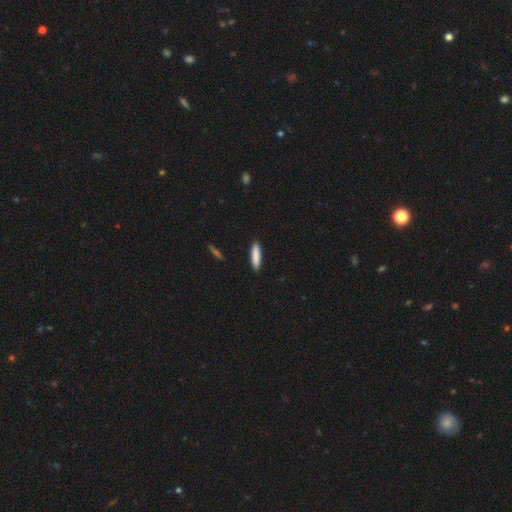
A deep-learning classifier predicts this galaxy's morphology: Smooth or featured? Predicted: smooth (p=0.86). How rounded? Predicted: cigar-shaped (p=0.75). Merging? Predicted: none (p=0.90).